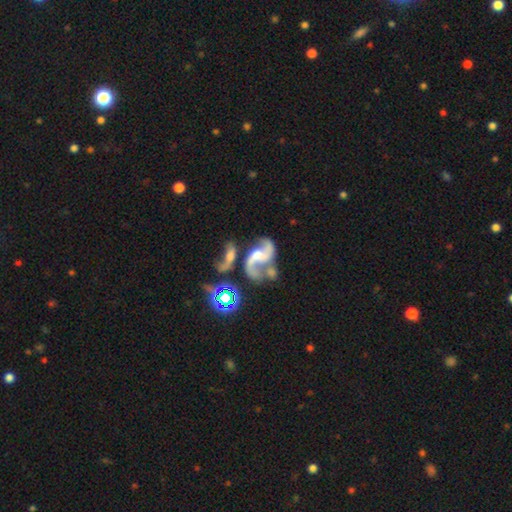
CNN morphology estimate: This appears to be a featured or disk galaxy (83%) with a weak bar (42%), 2 (89%) loose (71%) spiral arms (93%) and a moderate central bulge (31%). Merging: merger (35%, tied with none).